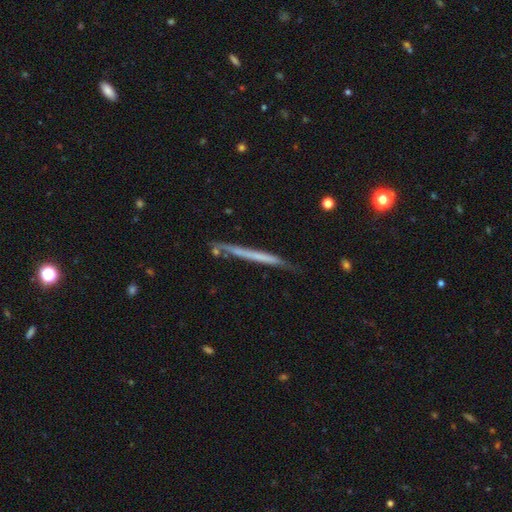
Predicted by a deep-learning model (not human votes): Smooth or featured? featured or disk (51%)
Edge-on disk? yes (96%)
Merging? none (79%)